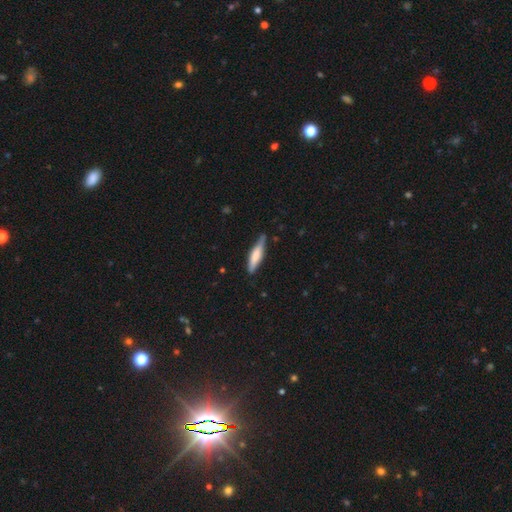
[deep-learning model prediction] This is possibly a smooth galaxy (59%). How rounded: likely cigar-shaped (78%). Merging: likely none (76%).